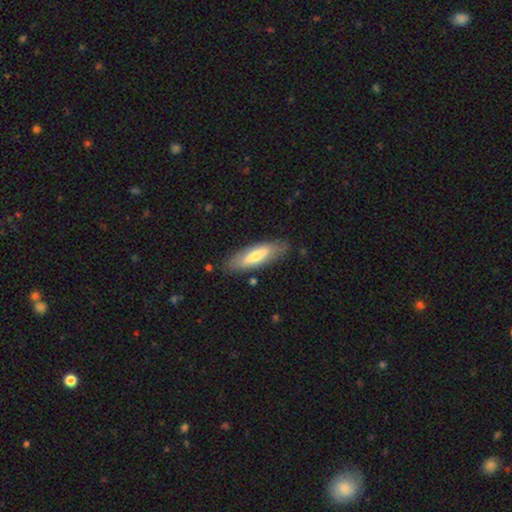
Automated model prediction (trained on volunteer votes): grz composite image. It shows a smooth galaxy with no disk features (61%) that is cigar-shaped (54%). Merging: none (83%).